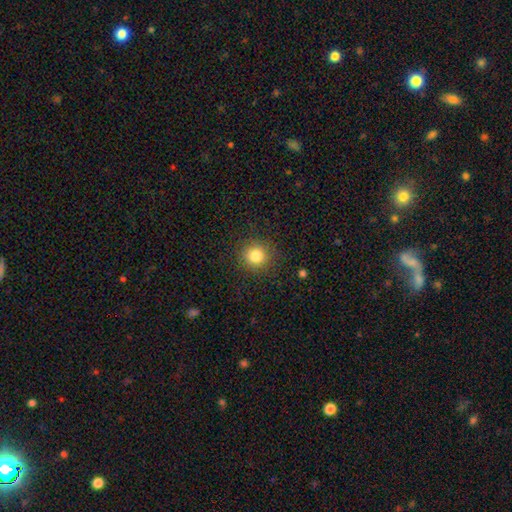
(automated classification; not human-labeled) smooth 82%, star or artifact 12%, featured or disk 6%. Down the decision tree: how rounded — round (93%); merging — none (90%).